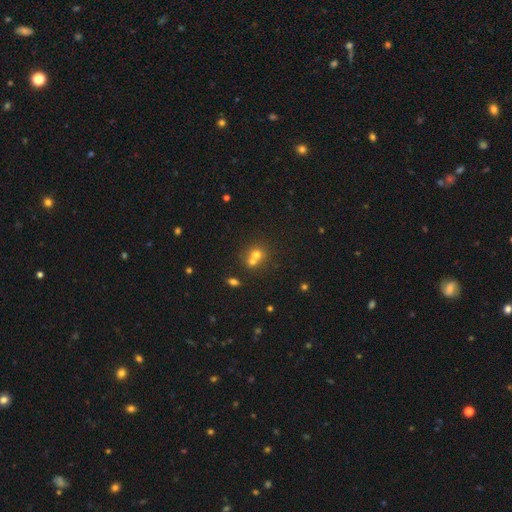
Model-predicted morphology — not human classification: Smooth or featured: smooth — 64% (star or artifact — 19%)
How rounded: round — 82% (in between — 17%)
Merging: merger — 51% (none — 40%)